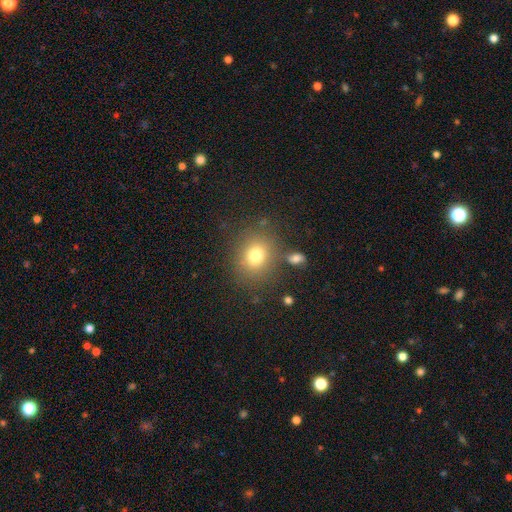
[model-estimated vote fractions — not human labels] Smooth or featured?
  - smooth: 77% *
  - star or artifact: 13%
  - featured or disk: 10%
How rounded?
  - round: 67% *
  - in between: 32%
  - cigar-shaped: 1%
Merging?
  - none: 79% *
  - minor disturbance: 11%
  - merger: 6%
  - major disturbance: 5%